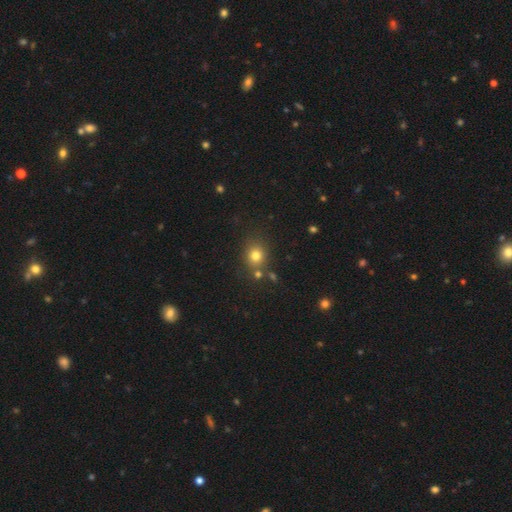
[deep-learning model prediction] This appears to be a smooth galaxy with no disk features (77%) that is round (71%). Merging: none (75%).